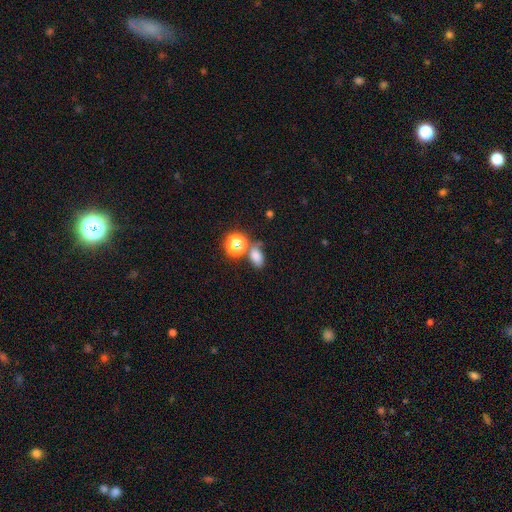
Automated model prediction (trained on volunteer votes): Smooth or featured? Predicted: smooth (p=0.73). How rounded? Predicted: in between (p=0.77). Merging? Predicted: none (p=0.60).